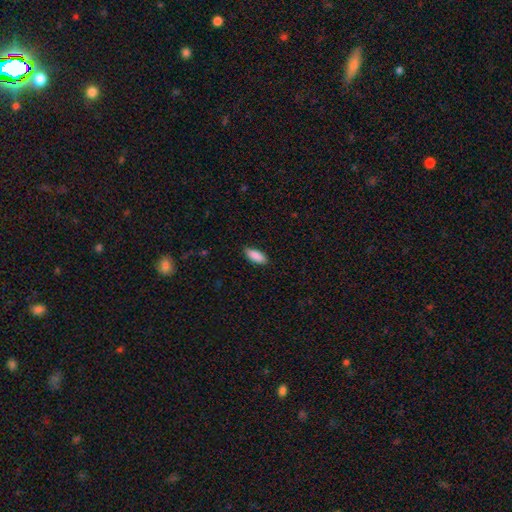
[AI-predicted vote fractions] This appears to be a smooth galaxy with no disk features (89%) that is in between round and cigar-shaped (83%). Merging: none (85%).